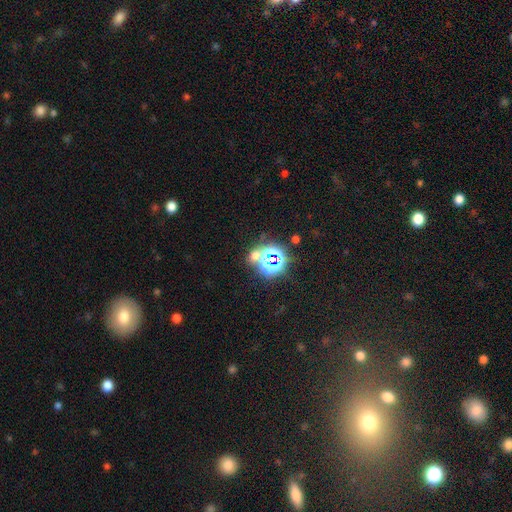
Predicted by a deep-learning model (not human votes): Overall: star or artifact (59%; smooth 32%).